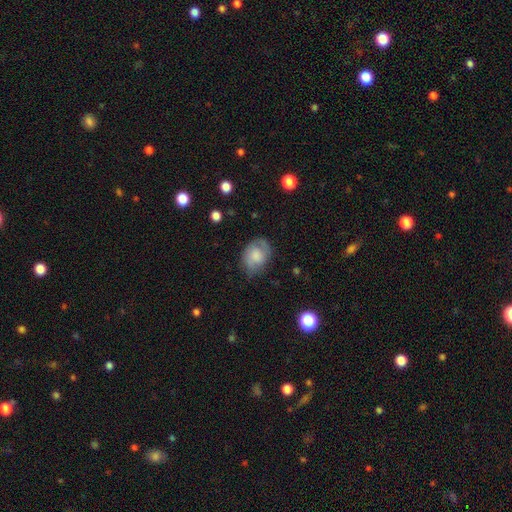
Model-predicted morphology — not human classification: A smooth galaxy with no disk features (65%) that is in between round and cigar-shaped (67%).

Vote fractions:
- Smooth or featured? smooth: 65% / featured or disk: 27% / star or artifact: 8%
- How rounded? in between: 67% / round: 32% / cigar-shaped: 1%
- Merging? none: 61% / minor disturbance: 27% / major disturbance: 10% / merger: 2%